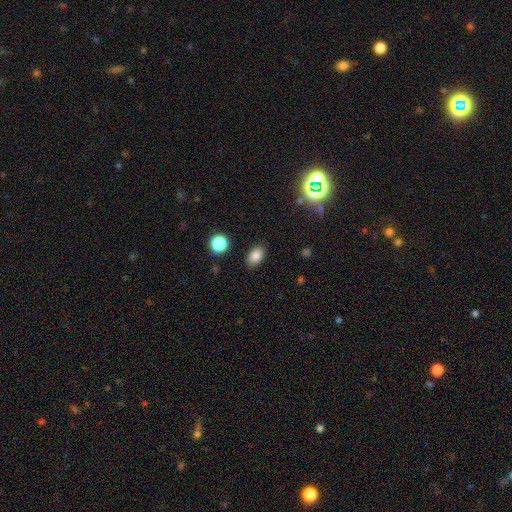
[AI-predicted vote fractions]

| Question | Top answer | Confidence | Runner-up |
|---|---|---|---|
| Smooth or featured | smooth | 82% | star or artifact (11%) |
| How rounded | in between | 85% | round (14%) |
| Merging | none | 87% | minor disturbance (9%) |